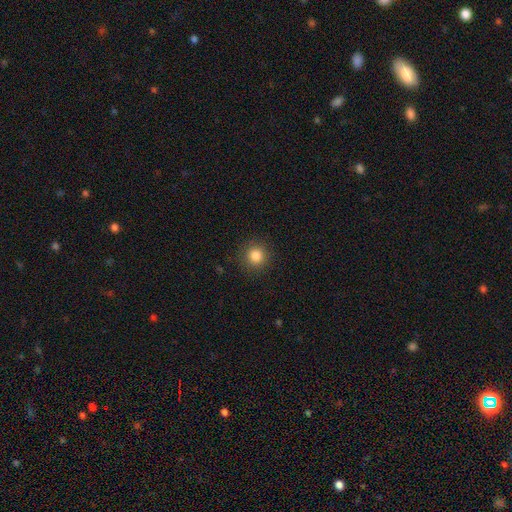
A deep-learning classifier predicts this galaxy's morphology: This is clearly a smooth galaxy (84%). How rounded: clearly round (93%). Merging: clearly none (90%).